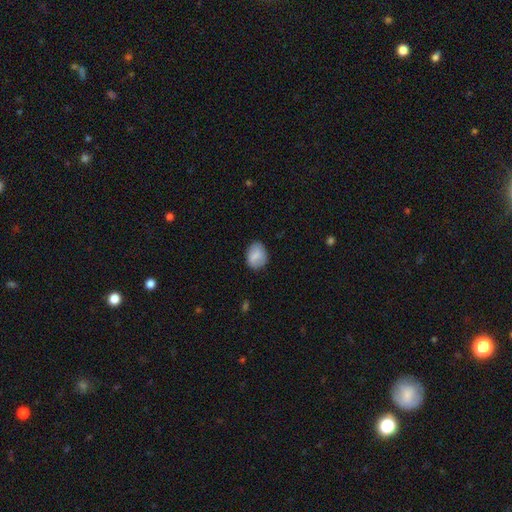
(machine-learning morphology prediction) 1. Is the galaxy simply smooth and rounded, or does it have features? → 82% smooth, 10% featured or disk, 7% star or artifact.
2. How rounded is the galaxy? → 64% in between, 35% round, 1% cigar-shaped.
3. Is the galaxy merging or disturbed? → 77% none, 18% minor disturbance, 4% major disturbance, 1% merger.